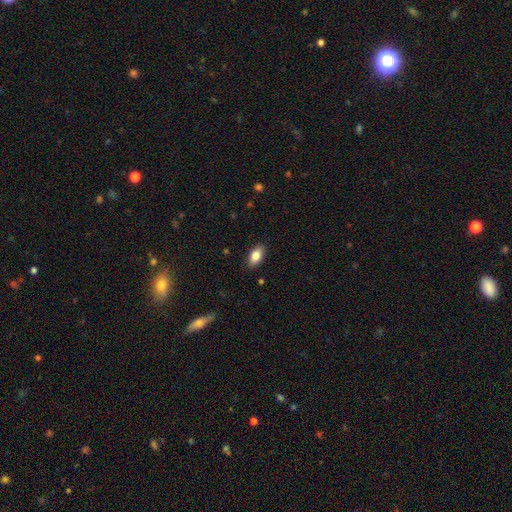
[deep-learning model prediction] The model was most divided on "smooth or featured": smooth: 84%, featured or disk: 9%, star or artifact: 7%. More confident: how rounded — in between (92%); merging — none (88%).